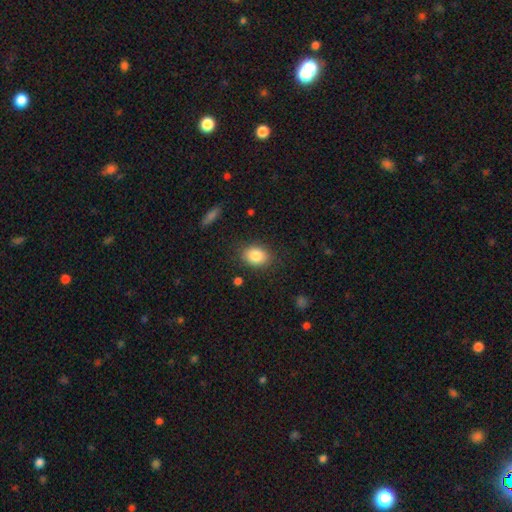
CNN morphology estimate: Smooth or featured? Predicted: smooth (p=0.86). How rounded? Predicted: in between (p=0.70). Merging? Predicted: none (p=0.83).